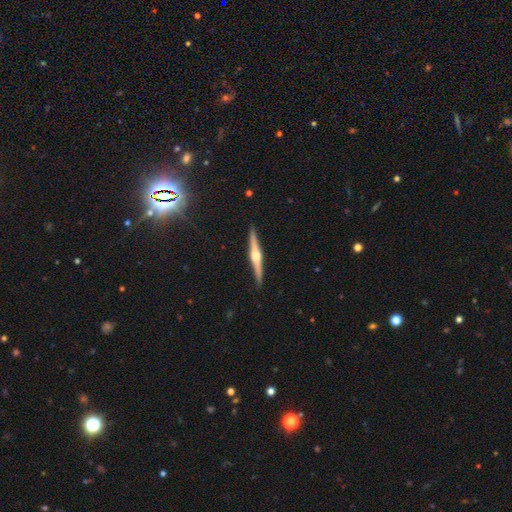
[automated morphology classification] Smooth or featured?
  - featured or disk: 80% *
  - smooth: 15%
  - star or artifact: 5%
Edge-on disk?
  - yes: 98% *
  - no: 2%
Edge-on bulge?
  - rounded: 88% *
  - boxy: 9%
  - none: 4%
Merging?
  - none: 91% *
  - minor disturbance: 6%
  - major disturbance: 1%
  - merger: 1%